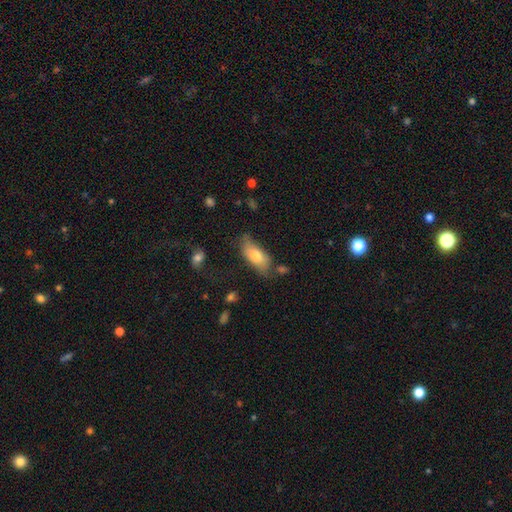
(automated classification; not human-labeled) This is likely a smooth galaxy (73%). How rounded: clearly in between (84%). Merging: likely none (63%).